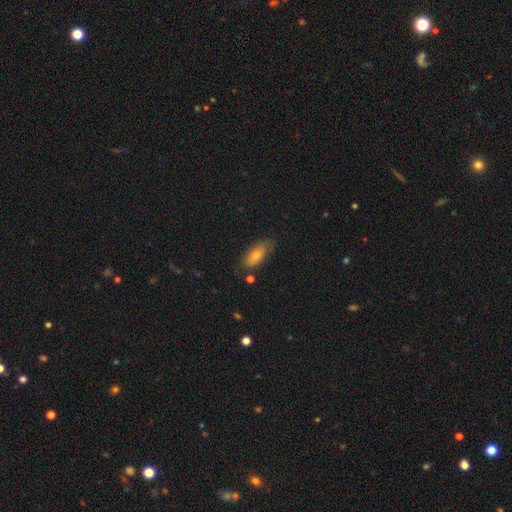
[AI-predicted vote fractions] Smooth or featured? smooth (76%)
How rounded? in between (85%)
Merging? none (67%)